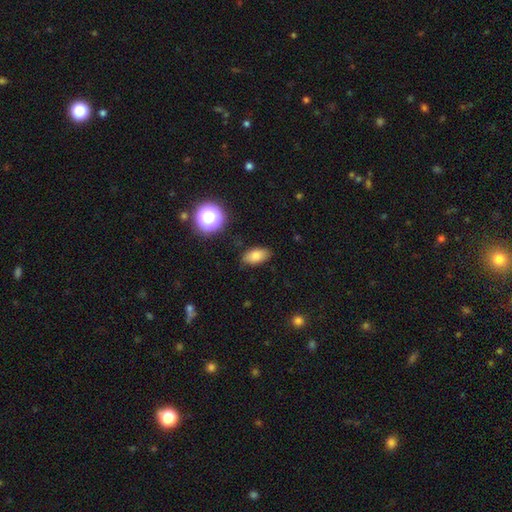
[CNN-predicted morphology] A smooth galaxy with no disk features (81%) that is in between round and cigar-shaped (88%).

Vote fractions:
- Smooth or featured? smooth: 81% / star or artifact: 11% / featured or disk: 9%
- How rounded? in between: 88% / round: 7% / cigar-shaped: 5%
- Merging? none: 85% / minor disturbance: 11% / major disturbance: 3% / merger: 1%